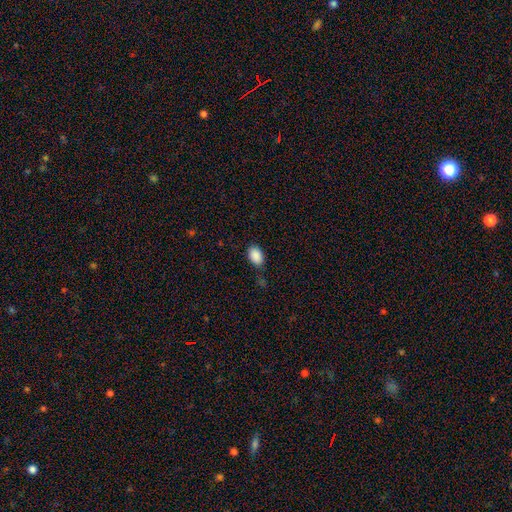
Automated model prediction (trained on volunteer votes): A smooth galaxy with no disk features (89%) that is in between round and cigar-shaped (88%).

Vote fractions:
- Smooth or featured? smooth: 89% / star or artifact: 8% / featured or disk: 3%
- How rounded? in between: 88% / round: 10% / cigar-shaped: 1%
- Merging? none: 73% / minor disturbance: 19% / major disturbance: 4% / merger: 3%